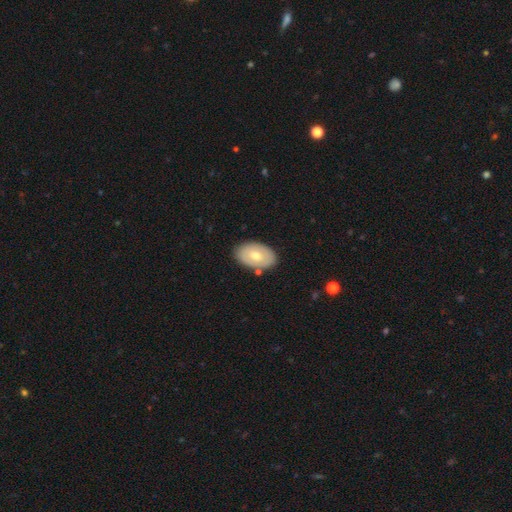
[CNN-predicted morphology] This appears to be a smooth galaxy with no disk features (60%) that is in between round and cigar-shaped (91%). Merging: none (83%).